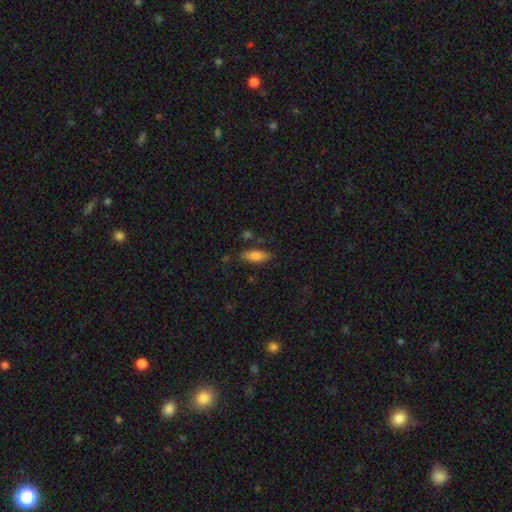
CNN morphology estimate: Overall: smooth (78%). How rounded: in between (66%; cigar-shaped 31%). Merging: none (73%).